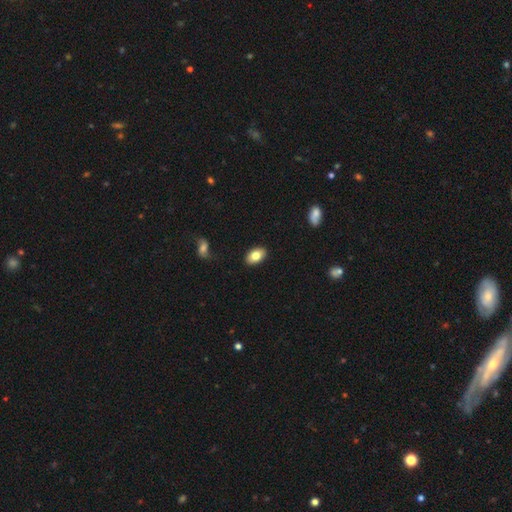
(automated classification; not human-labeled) Q: Smooth or featured?
A: smooth (80%); runner-up: featured or disk (13%)
Q: How rounded?
A: in between (92%); runner-up: round (7%)
Q: Merging?
A: none (89%); runner-up: minor disturbance (8%)